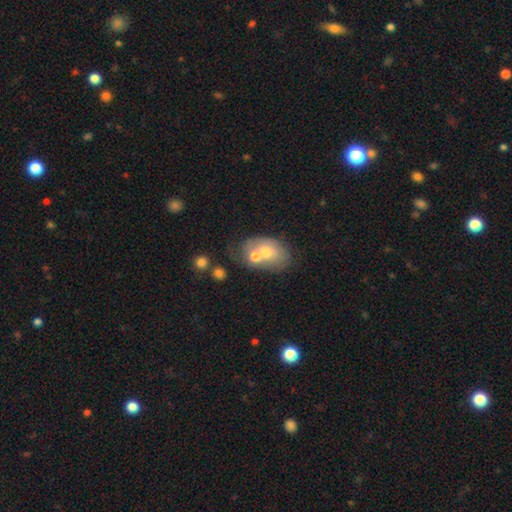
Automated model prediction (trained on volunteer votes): This appears to be a smooth galaxy with no disk features (58%) that is in between round and cigar-shaped (73%). Merging: merger (58%).